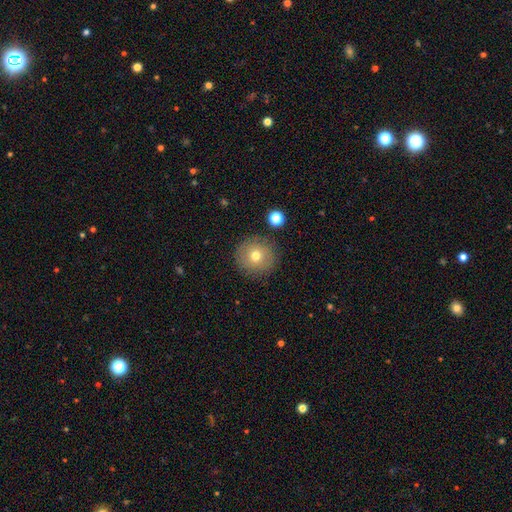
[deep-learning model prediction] smooth 70%, featured or disk 18%, star or artifact 11%. Down the decision tree: how rounded — round (94%); merging — none (86%).